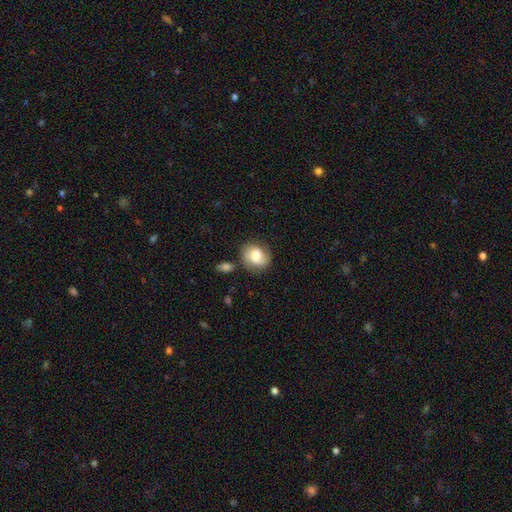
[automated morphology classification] A smooth galaxy with no disk features (60%) that is round (57%). Merging: none (67%).